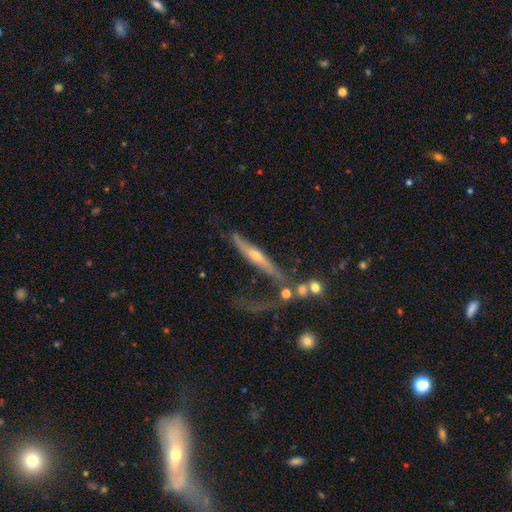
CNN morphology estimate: The model was most divided on "merging": major disturbance: 33%, none: 32%, minor disturbance: 21%, merger: 13%. More confident: edge-on disk — yes (77%); edge-on bulge — rounded (71%); smooth or featured — featured or disk (66%).